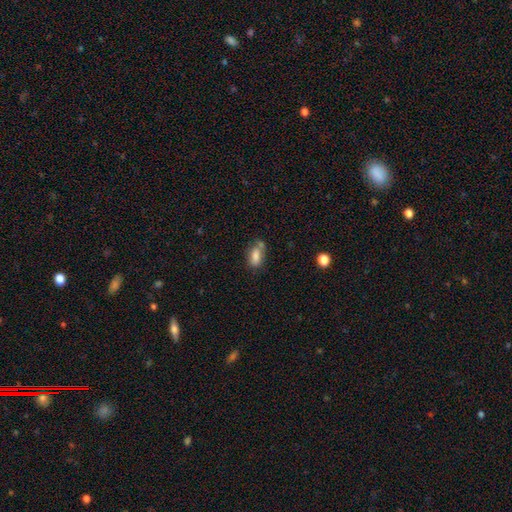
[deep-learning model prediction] Smooth or featured: smooth — 80% (featured or disk — 10%)
How rounded: in between — 85% (cigar-shaped — 8%)
Merging: none — 50% (merger — 22%)